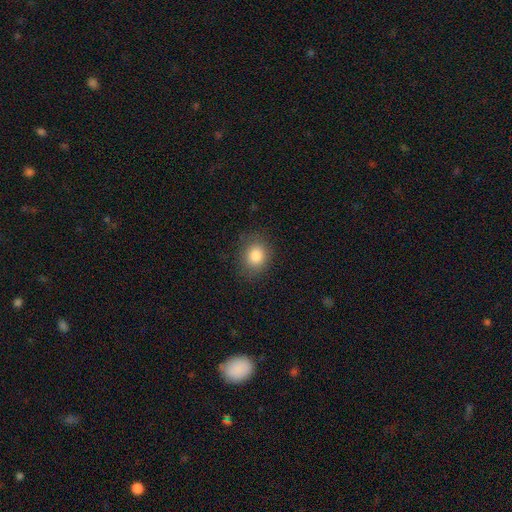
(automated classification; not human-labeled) Smooth or featured? smooth (83%)
How rounded? round (61%)
Merging? none (84%)